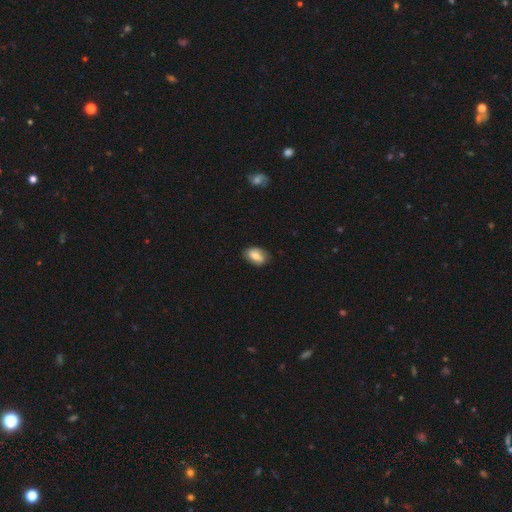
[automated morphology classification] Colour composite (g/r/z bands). It shows a smooth galaxy with no disk features (73%) that is in between round and cigar-shaped (86%). Merging: none (79%).